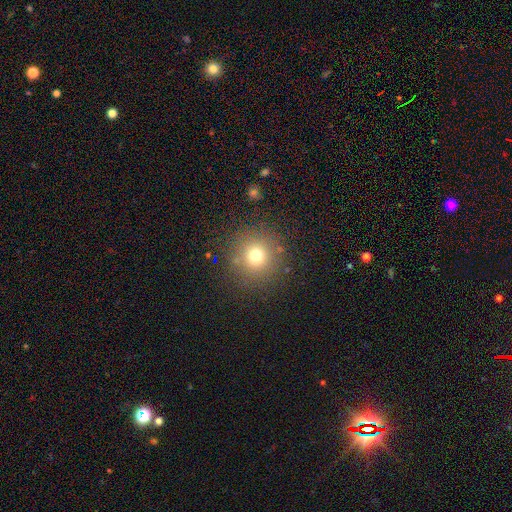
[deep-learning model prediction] Q: Smooth or featured?
A: smooth (72%); runner-up: star or artifact (19%)
Q: How rounded?
A: round (94%); runner-up: in between (5%)
Q: Merging?
A: none (87%); runner-up: minor disturbance (7%)